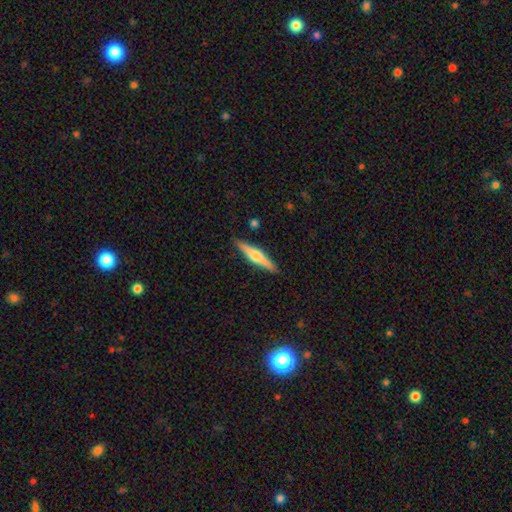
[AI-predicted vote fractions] This is possibly a featured or disk galaxy (60%). It is clearly viewed edge-on (97%). Edge-on bulge: clearly rounded (88%). Merging: clearly none (90%).